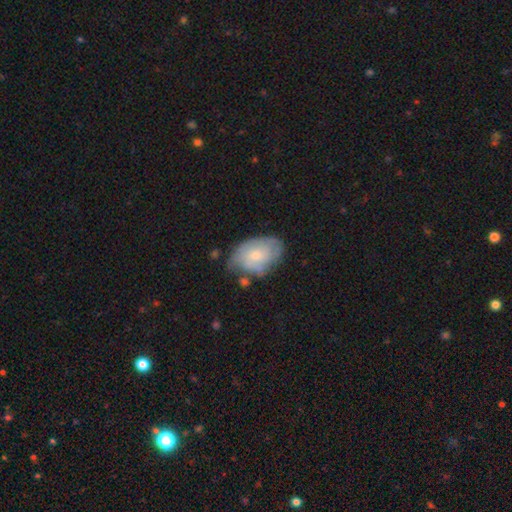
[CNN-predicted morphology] A smooth galaxy with no disk features (51%) that is in between round and cigar-shaped (84%). Merging: none (54%).